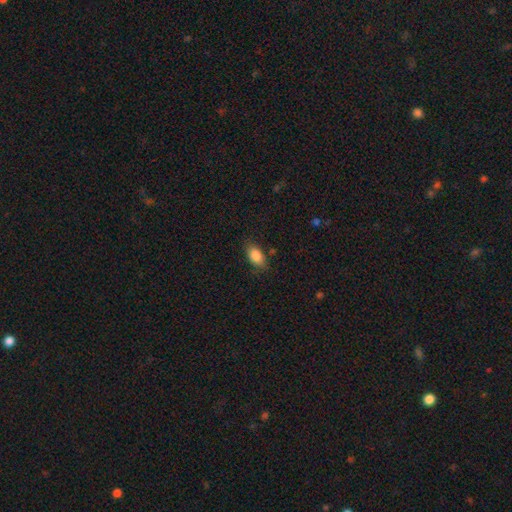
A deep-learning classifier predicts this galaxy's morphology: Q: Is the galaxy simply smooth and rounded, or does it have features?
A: smooth — 85%.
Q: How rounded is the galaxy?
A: in between — 89%.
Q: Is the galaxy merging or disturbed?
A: none — 80%.